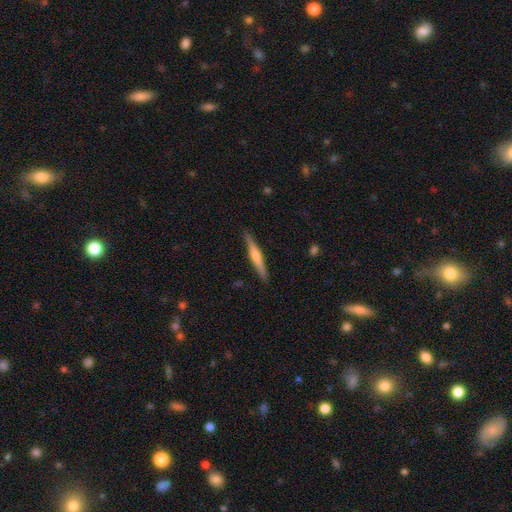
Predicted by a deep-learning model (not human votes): Smooth or featured? featured or disk (56%)
Edge-on disk? yes (97%)
Edge-on bulge? rounded (73%)
Merging? none (90%)